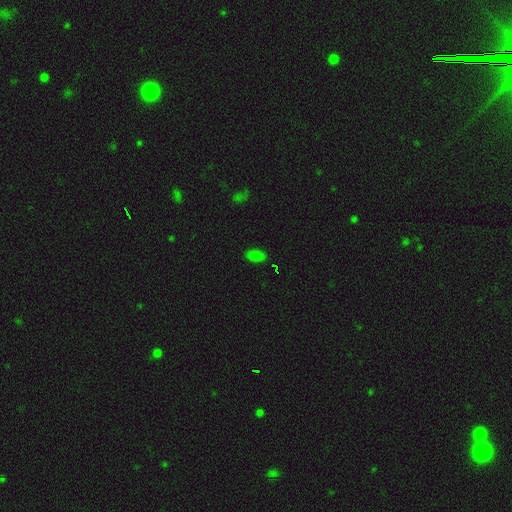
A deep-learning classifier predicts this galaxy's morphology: smooth 80%, star or artifact 16%, featured or disk 4%. Down the decision tree: how rounded — in between (92%); merging — none (85%).